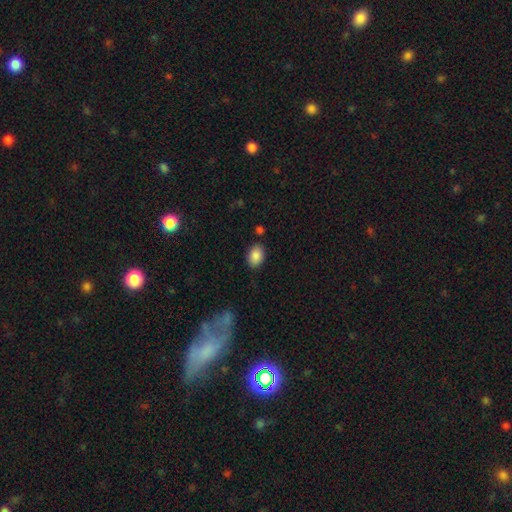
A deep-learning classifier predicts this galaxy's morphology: smooth 87%, star or artifact 8%, featured or disk 5%. Down the decision tree: how rounded — in between (79%); merging — none (84%).